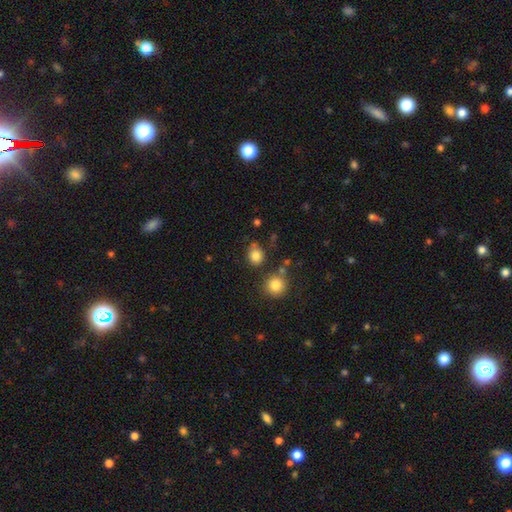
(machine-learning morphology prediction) Smooth or featured: smooth — 82% (star or artifact — 12%)
How rounded: round — 81% (in between — 18%)
Merging: none — 73% (minor disturbance — 13%)